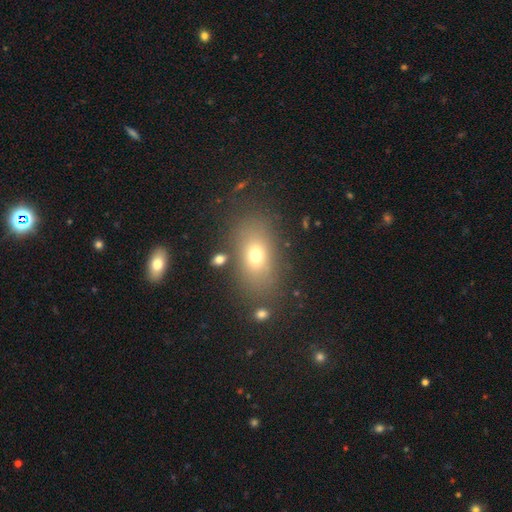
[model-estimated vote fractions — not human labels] This appears to be a smooth galaxy with no disk features (68%) that is in between round and cigar-shaped (79%). Merging: none (78%).